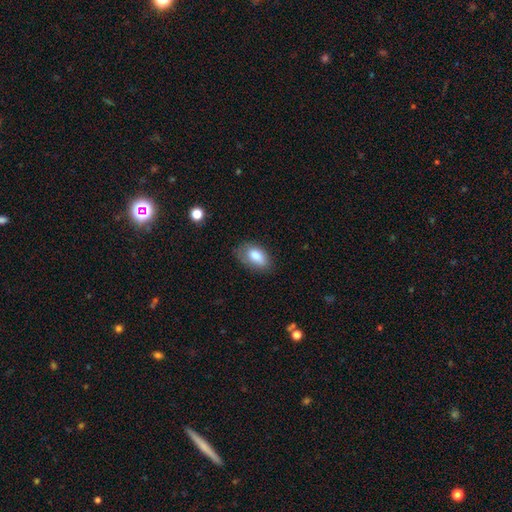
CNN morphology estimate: This is clearly a smooth galaxy (80%). How rounded: clearly in between (92%). Merging: likely none (70%).